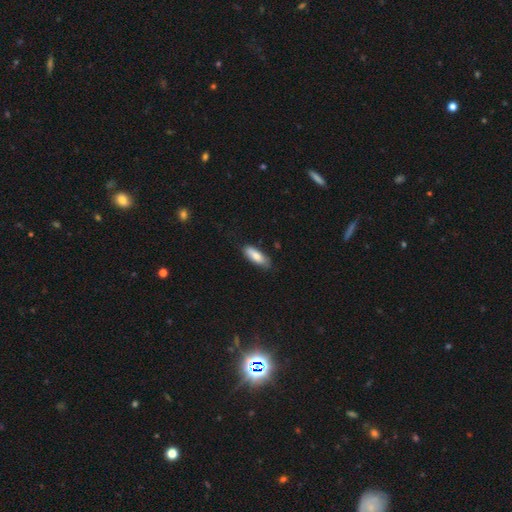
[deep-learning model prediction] smooth_or_featured: smooth (p=0.80) [alt: featured or disk p=0.14]
how_rounded: in between (p=0.67) [alt: cigar-shaped p=0.31]
merging: none (p=0.78) [alt: minor disturbance p=0.18]